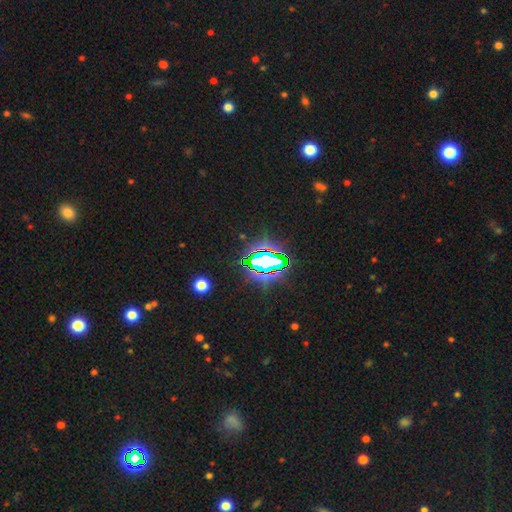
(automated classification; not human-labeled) The model was most divided on "smooth or featured": star or artifact: 81%, smooth: 11%, featured or disk: 8%.